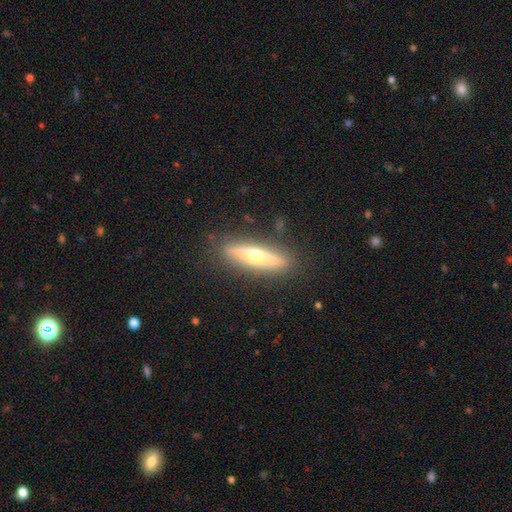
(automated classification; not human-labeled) This appears to be a featured or disk galaxy (58%) viewed edge-on (89%) with a rounded central bulge (91%). Merging: none (87%).